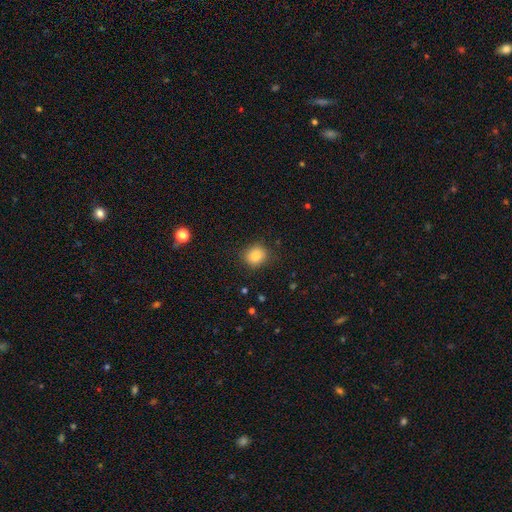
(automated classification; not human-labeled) Q: Smooth or featured?
A: smooth (83%); runner-up: star or artifact (10%)
Q: How rounded?
A: round (82%); runner-up: in between (17%)
Q: Merging?
A: none (87%); runner-up: minor disturbance (9%)